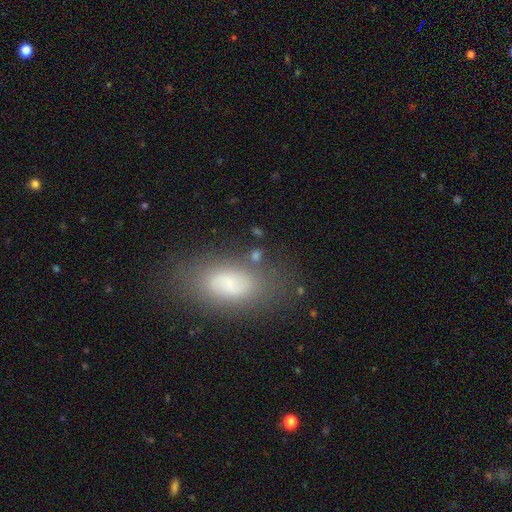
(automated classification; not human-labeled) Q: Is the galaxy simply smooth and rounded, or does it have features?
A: smooth — 55%.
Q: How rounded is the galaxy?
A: in between — 84%.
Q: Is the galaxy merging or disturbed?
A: none — 62%.